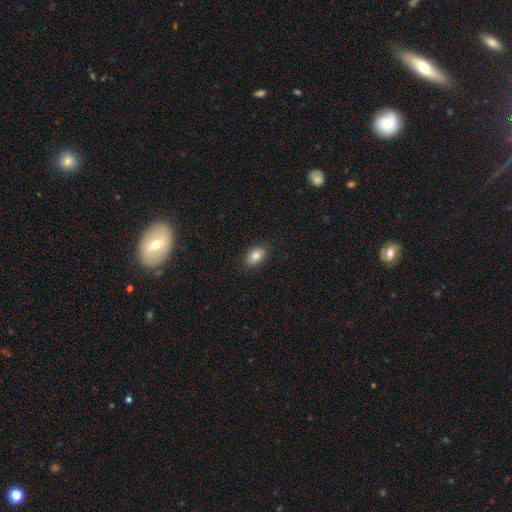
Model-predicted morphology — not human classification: smooth_or_featured: smooth (p=0.84) [alt: star or artifact p=0.08]
how_rounded: in between (p=0.87) [alt: round p=0.11]
merging: none (p=0.87) [alt: minor disturbance p=0.10]